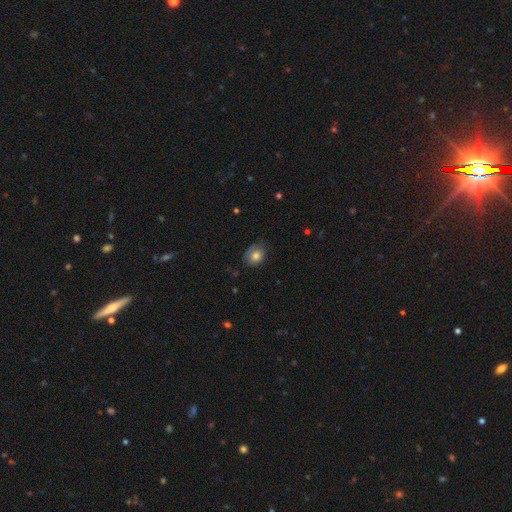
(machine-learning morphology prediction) This appears to be a smooth galaxy with no disk features (73%) that is round (50%). Merging: none (62%).